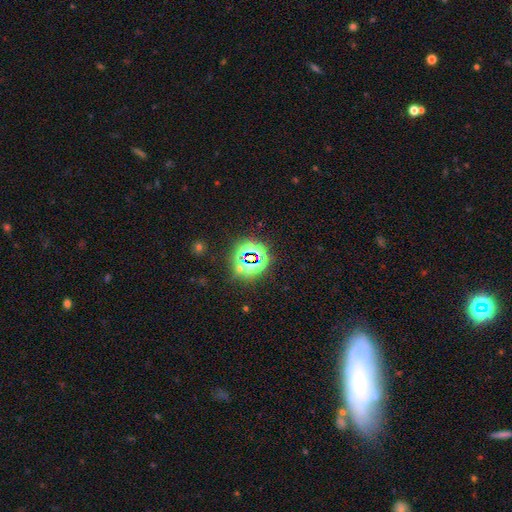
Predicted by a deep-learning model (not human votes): Smooth or featured: star or artifact — 76% (smooth — 15%)